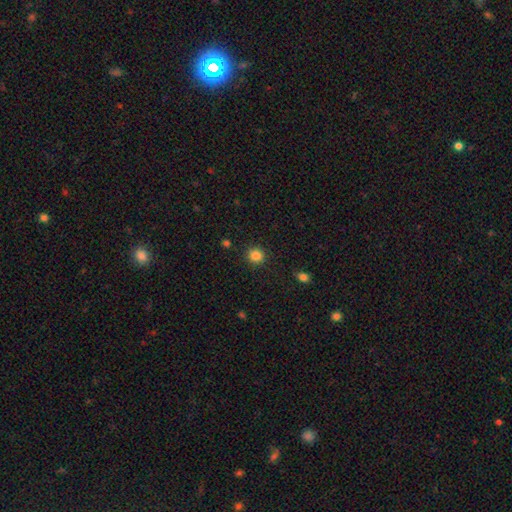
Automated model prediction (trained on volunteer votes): This is clearly a smooth galaxy (85%). How rounded: clearly round (91%). Merging: clearly none (91%).